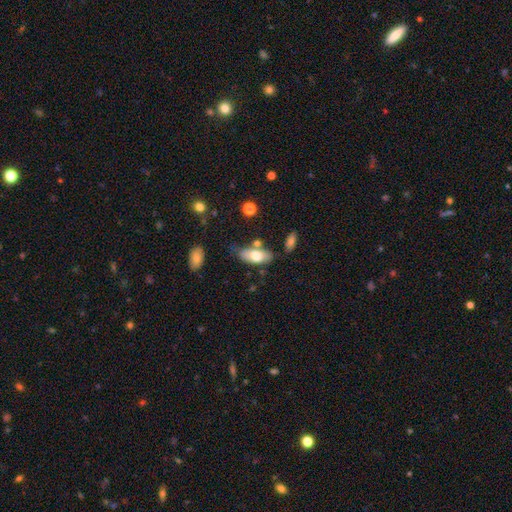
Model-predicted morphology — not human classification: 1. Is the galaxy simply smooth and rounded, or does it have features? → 70% smooth, 24% featured or disk, 6% star or artifact.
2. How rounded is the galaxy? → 86% in between, 12% cigar-shaped, 2% round.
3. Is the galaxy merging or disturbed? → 60% none, 23% minor disturbance, 12% merger, 6% major disturbance.